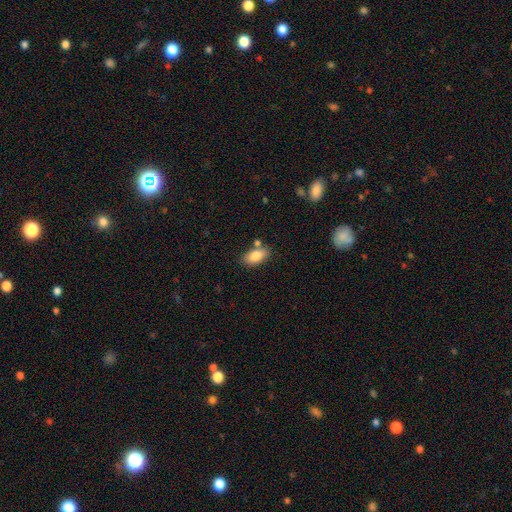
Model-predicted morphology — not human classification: Smooth or featured? Predicted: smooth (p=0.81). How rounded? Predicted: in between (p=0.91). Merging? Predicted: none (p=0.71).